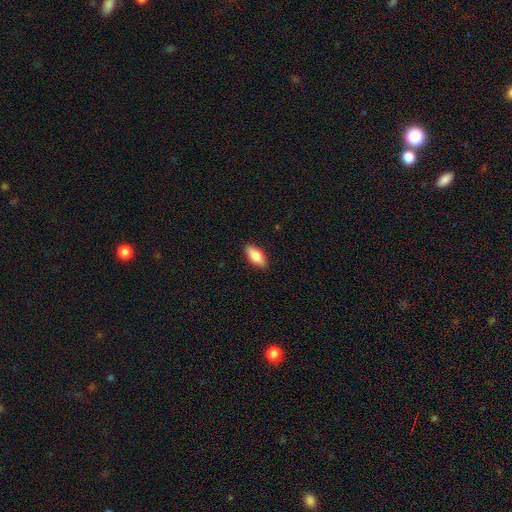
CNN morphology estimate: smooth 79%, featured or disk 15%, star or artifact 6%. Down the decision tree: how rounded — in between (84%); merging — none (88%).